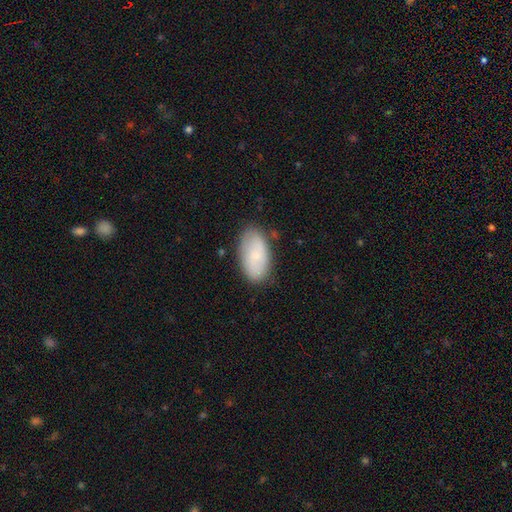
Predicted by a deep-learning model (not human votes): A smooth galaxy with no disk features (70%) that is in between round and cigar-shaped (94%).

Vote fractions:
- Smooth or featured? smooth: 70% / featured or disk: 23% / star or artifact: 7%
- How rounded? in between: 94% / round: 4% / cigar-shaped: 2%
- Merging? none: 77% / minor disturbance: 17% / major disturbance: 4% / merger: 2%